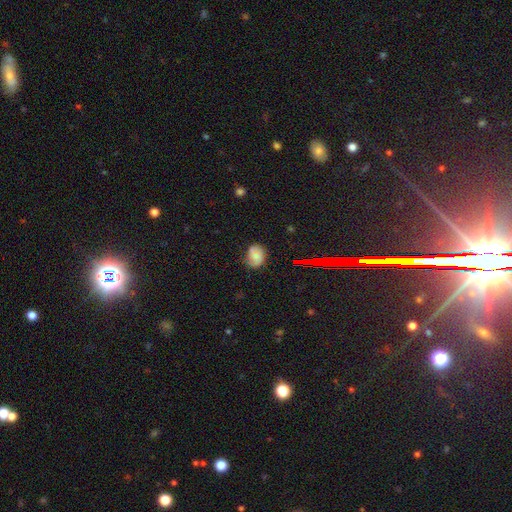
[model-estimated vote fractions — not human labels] This is possibly a smooth galaxy (59%). How rounded: possibly in between (58%). Merging: likely none (62%).